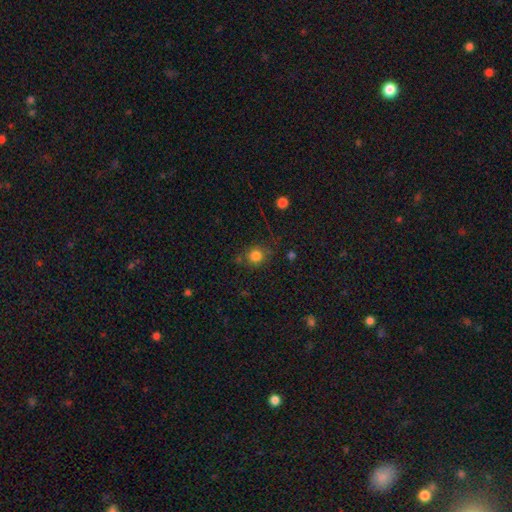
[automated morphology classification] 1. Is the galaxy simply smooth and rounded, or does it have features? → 81% smooth, 13% star or artifact, 6% featured or disk.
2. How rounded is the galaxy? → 84% round, 15% in between, 1% cigar-shaped.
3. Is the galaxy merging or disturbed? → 75% none, 15% minor disturbance, 6% major disturbance, 4% merger.